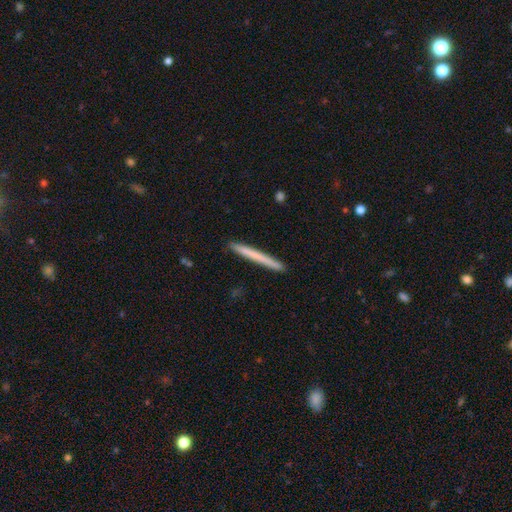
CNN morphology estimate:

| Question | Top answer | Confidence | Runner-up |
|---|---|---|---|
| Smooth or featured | smooth | 65% | featured or disk (30%) |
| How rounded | cigar-shaped | 97% | in between (1%) |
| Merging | none | 93% | minor disturbance (5%) |